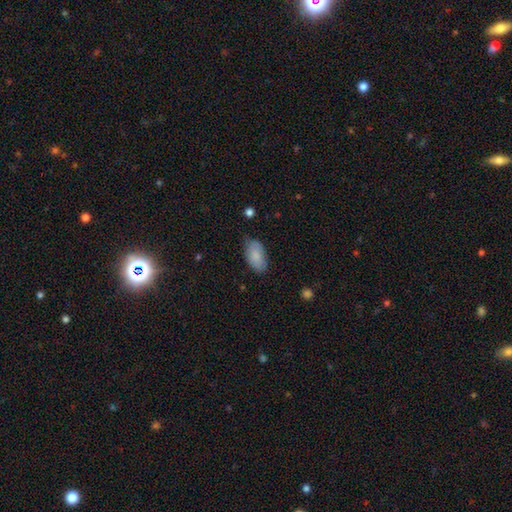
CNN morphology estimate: Smooth or featured?
  - smooth: 84% *
  - featured or disk: 9%
  - star or artifact: 6%
How rounded?
  - in between: 94% *
  - round: 3%
  - cigar-shaped: 3%
Merging?
  - none: 73% *
  - minor disturbance: 22%
  - major disturbance: 4%
  - merger: 1%